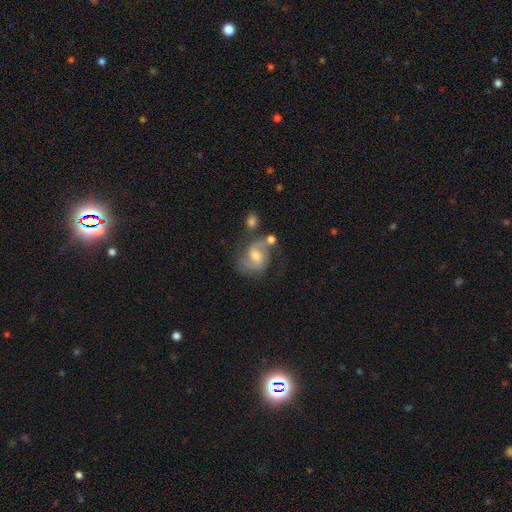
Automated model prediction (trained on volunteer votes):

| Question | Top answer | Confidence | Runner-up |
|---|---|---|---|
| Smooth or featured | featured or disk | 74% | smooth (17%) |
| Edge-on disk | no | 97% | yes (3%) |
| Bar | weak | 49% | no (38%) |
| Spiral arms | yes | 91% | no (9%) |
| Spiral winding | medium | 52% | loose (28%) |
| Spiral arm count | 2 | 81% | can't tell (8%) |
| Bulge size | moderate | 60% | small (27%) |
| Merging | none | 51% | minor disturbance (20%) |